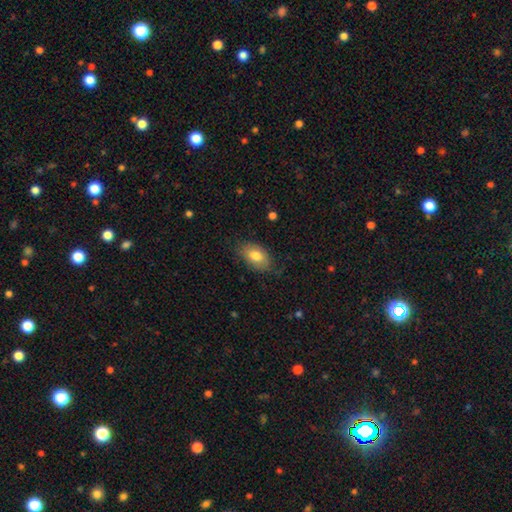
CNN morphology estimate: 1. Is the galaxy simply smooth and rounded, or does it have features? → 79% smooth, 14% featured or disk, 7% star or artifact.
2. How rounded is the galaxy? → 91% in between, 8% round, 2% cigar-shaped.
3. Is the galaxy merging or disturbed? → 77% none, 18% minor disturbance, 4% major disturbance, 1% merger.